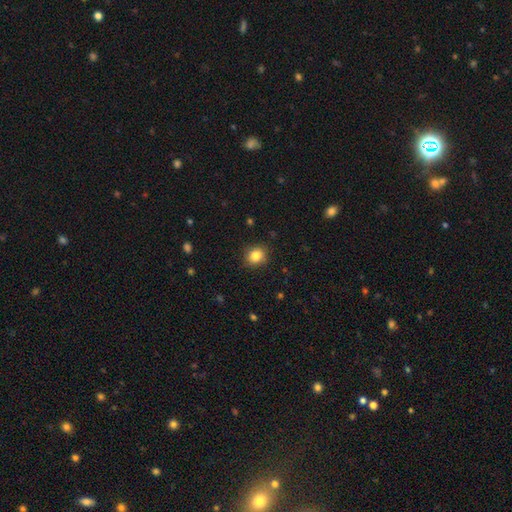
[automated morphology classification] A smooth galaxy with no disk features (85%) that is round (71%).

Vote fractions:
- Smooth or featured? smooth: 85% / star or artifact: 10% / featured or disk: 5%
- How rounded? round: 71% / in between: 28% / cigar-shaped: 1%
- Merging? none: 88% / minor disturbance: 9% / major disturbance: 2% / merger: 1%